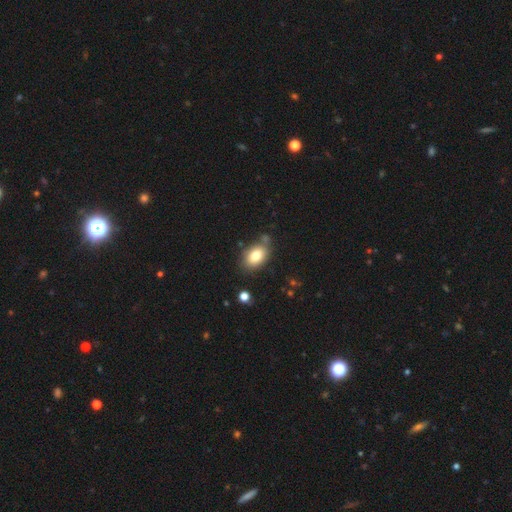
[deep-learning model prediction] This appears to be a smooth galaxy with no disk features (79%) that is in between round and cigar-shaped (85%). Merging: none (73%).